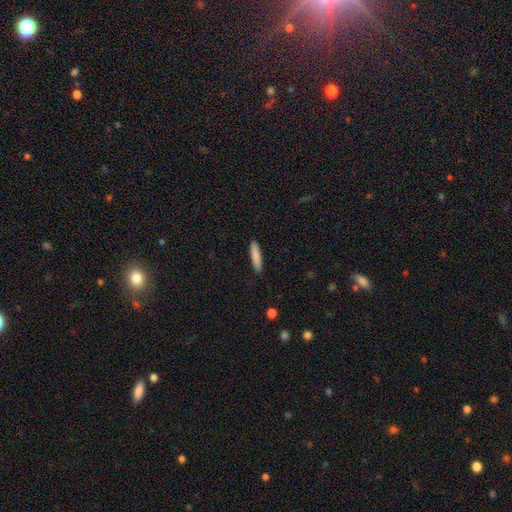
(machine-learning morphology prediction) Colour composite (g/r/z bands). It shows a smooth galaxy with no disk features (85%) that is cigar-shaped (83%). Merging: none (88%).